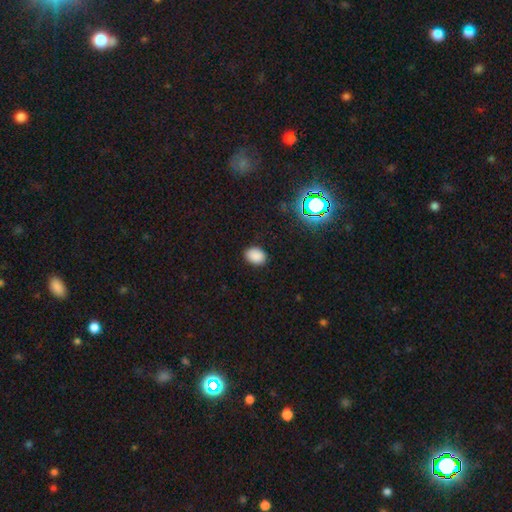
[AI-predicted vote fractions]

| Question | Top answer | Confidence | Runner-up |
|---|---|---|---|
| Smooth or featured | smooth | 84% | star or artifact (12%) |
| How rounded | in between | 71% | round (28%) |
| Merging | none | 86% | minor disturbance (10%) |